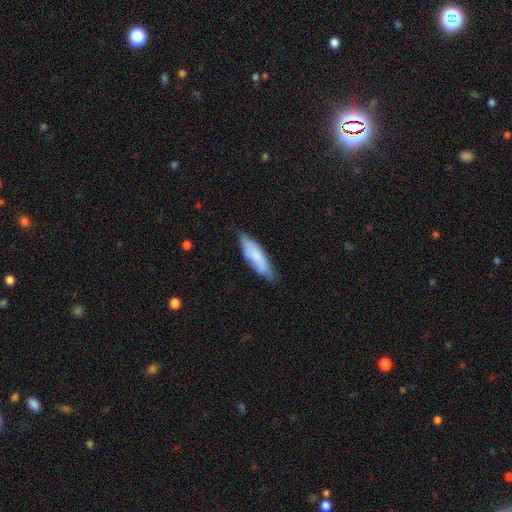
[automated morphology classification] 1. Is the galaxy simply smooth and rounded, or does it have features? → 74% smooth, 20% featured or disk, 6% star or artifact.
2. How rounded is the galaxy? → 55% cigar-shaped, 44% in between, 2% round.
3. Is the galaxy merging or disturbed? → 71% none, 23% minor disturbance, 4% major disturbance, 2% merger.